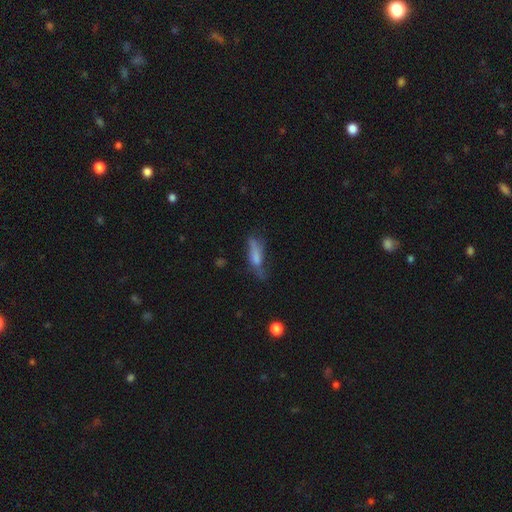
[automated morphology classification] This is likely a smooth galaxy (60%). How rounded: possibly cigar-shaped (58%). Merging: marginally none (43%).